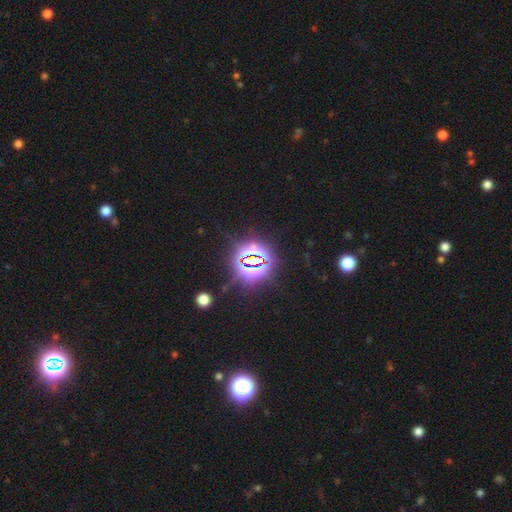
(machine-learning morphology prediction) Q: Smooth or featured?
A: star or artifact (81%); runner-up: smooth (11%)